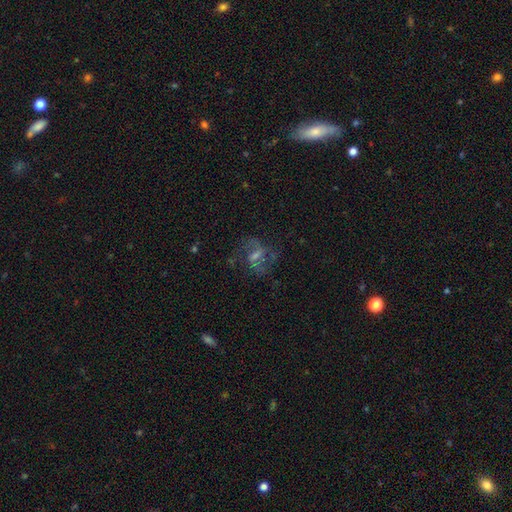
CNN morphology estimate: Smooth or featured? Predicted: featured or disk (p=0.71). Edge-on disk? Predicted: no (p=0.96). Bar? Predicted: weak (p=0.54). Spiral arms? Predicted: yes (p=0.87). Spiral winding? Predicted: medium (p=0.46). Spiral arm count? Predicted: 2 (p=0.76). Bulge size? Predicted: small (p=0.38). Merging? Predicted: none (p=0.65).